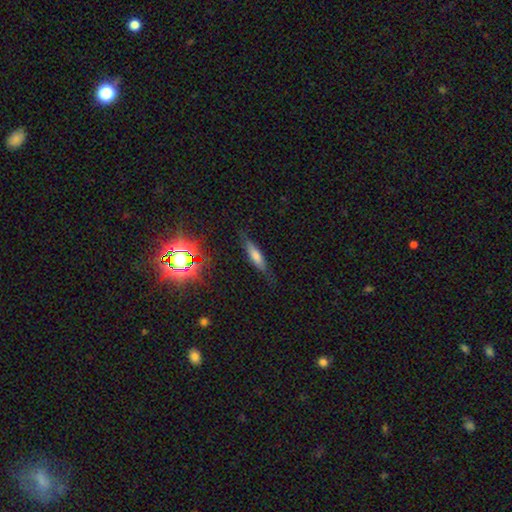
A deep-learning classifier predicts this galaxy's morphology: Smooth or featured?
  - smooth: 57% *
  - featured or disk: 29%
  - star or artifact: 14%
How rounded?
  - cigar-shaped: 72% *
  - in between: 25%
  - round: 3%
Merging?
  - none: 79% *
  - minor disturbance: 15%
  - major disturbance: 4%
  - merger: 2%